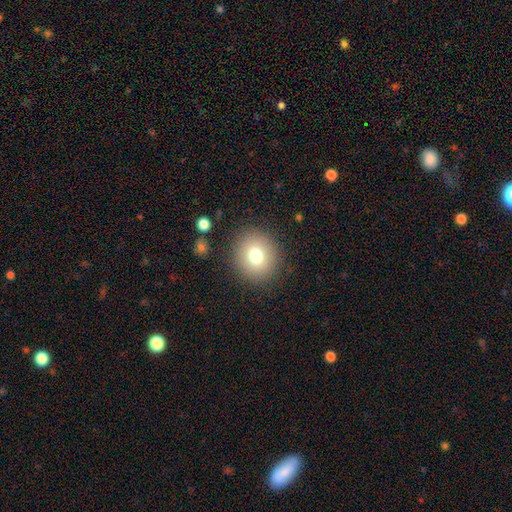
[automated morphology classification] type=smooth (76%); roundness=round (81%); merging=none (87%).